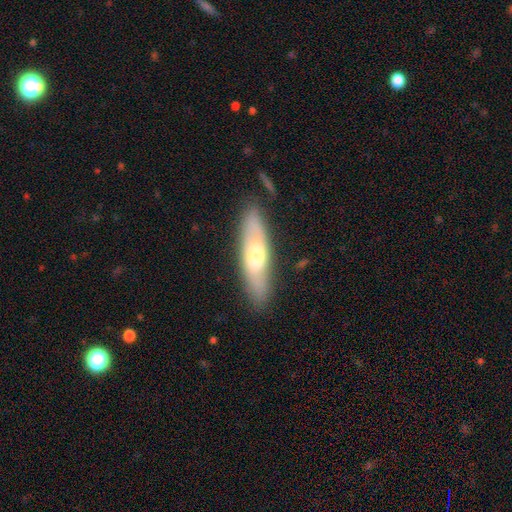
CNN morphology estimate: A smooth galaxy with no disk features (53%) that is cigar-shaped (61%).

Vote fractions:
- Smooth or featured? smooth: 53% / featured or disk: 41% / star or artifact: 6%
- How rounded? cigar-shaped: 61% / in between: 37% / round: 2%
- Merging? none: 81% / minor disturbance: 13% / major disturbance: 3% / merger: 2%